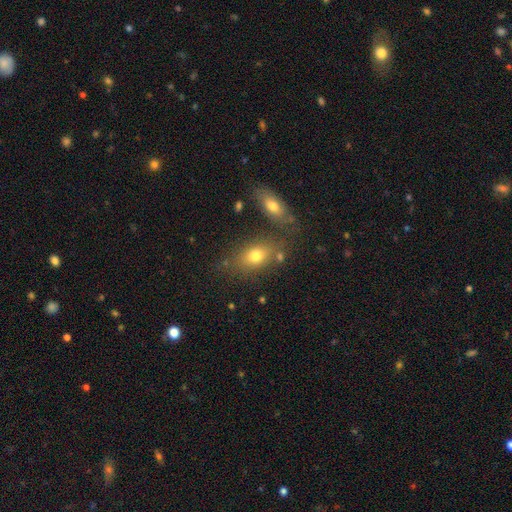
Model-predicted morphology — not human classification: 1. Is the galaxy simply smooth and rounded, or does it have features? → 73% smooth, 15% featured or disk, 12% star or artifact.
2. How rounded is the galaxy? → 77% in between, 18% round, 5% cigar-shaped.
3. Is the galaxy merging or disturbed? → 69% none, 13% minor disturbance, 12% merger, 5% major disturbance.